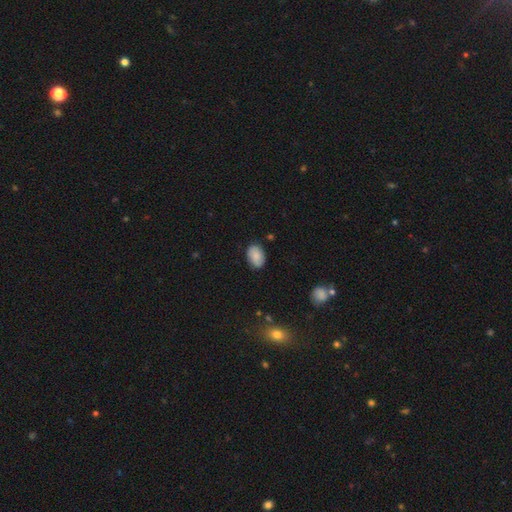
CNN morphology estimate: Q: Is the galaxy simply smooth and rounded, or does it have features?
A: smooth — 78%.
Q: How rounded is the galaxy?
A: in between — 86%.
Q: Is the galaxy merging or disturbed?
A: none — 81%.